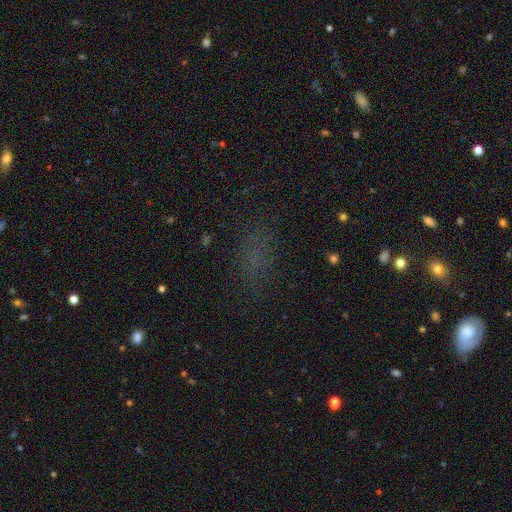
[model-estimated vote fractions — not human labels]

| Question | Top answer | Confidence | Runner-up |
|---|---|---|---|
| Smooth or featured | smooth | 55% | star or artifact (34%) |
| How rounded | in between | 76% | round (14%) |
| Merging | none | 75% | minor disturbance (14%) |